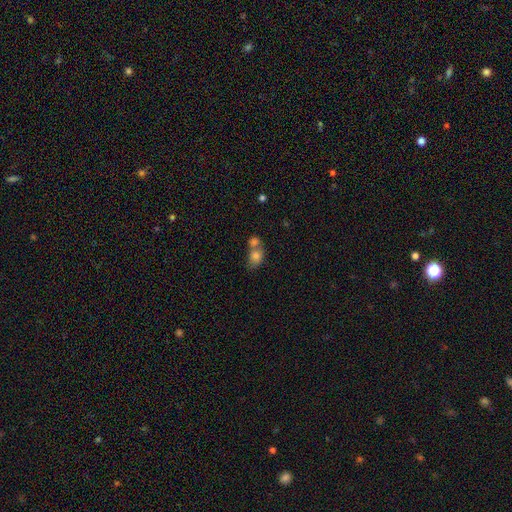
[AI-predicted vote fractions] This appears to be a smooth galaxy with no disk features (77%) that is in between round and cigar-shaped (62%). Merging: merger (59%).